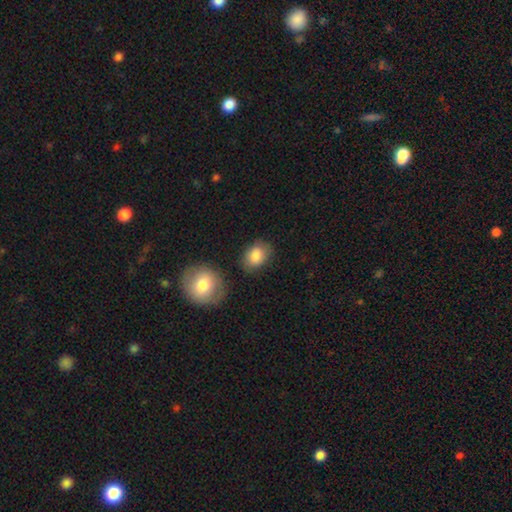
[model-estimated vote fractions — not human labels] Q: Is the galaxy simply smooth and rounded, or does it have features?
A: smooth — 85%.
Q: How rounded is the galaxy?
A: in between — 76%.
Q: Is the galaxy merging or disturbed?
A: none — 74%.